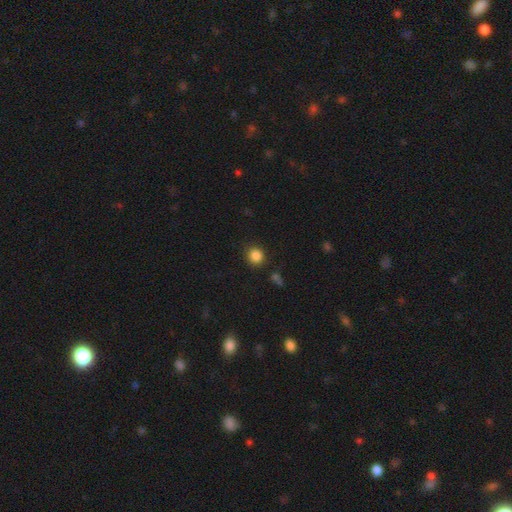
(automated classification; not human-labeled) Overall: smooth (85%). How rounded: round (84%). Merging: none (88%).